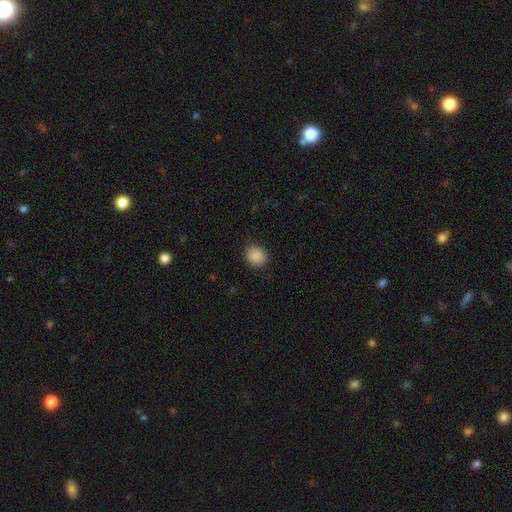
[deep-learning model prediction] Overall: smooth (88%). How rounded: round (69%; in between 30%). Merging: none (87%).